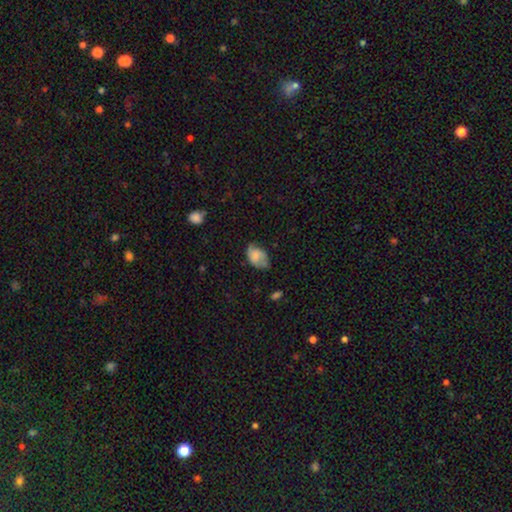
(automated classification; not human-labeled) smooth 74%, featured or disk 19%, star or artifact 8%. Down the decision tree: how rounded — in between (88%); merging — none (49%).